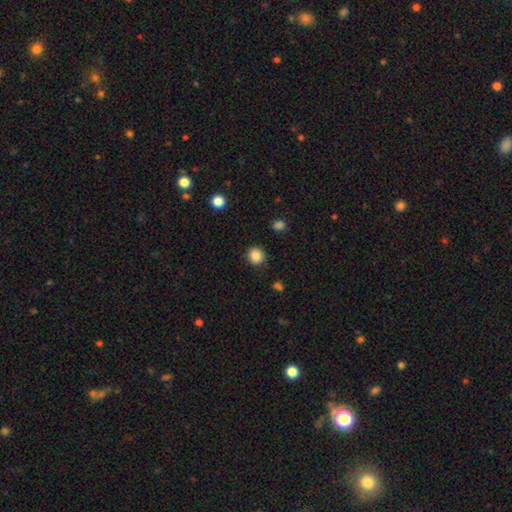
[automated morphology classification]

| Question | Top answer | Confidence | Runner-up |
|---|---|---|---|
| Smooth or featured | smooth | 87% | star or artifact (10%) |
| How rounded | round | 89% | in between (10%) |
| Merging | none | 88% | minor disturbance (8%) |